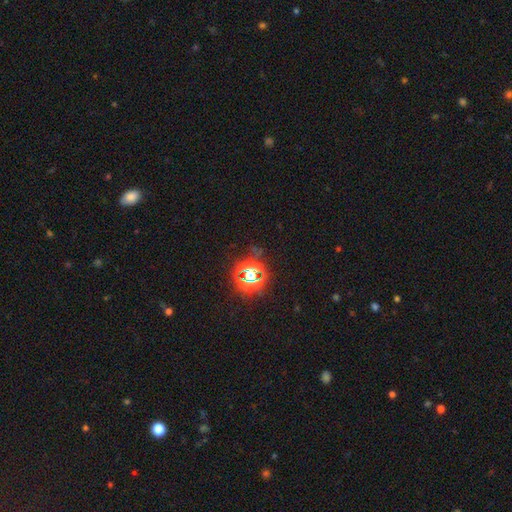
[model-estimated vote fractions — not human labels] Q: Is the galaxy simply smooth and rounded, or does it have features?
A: star or artifact — 73%.